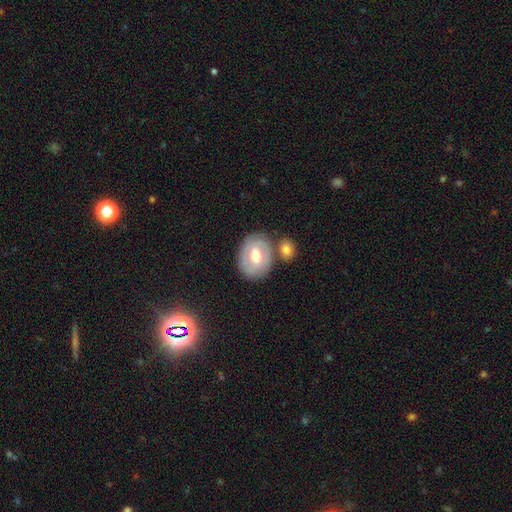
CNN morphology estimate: The model was most divided on "smooth or featured": featured or disk: 52%, smooth: 42%, star or artifact: 6%. More confident: edge-on disk — no (94%); merging — none (67%).